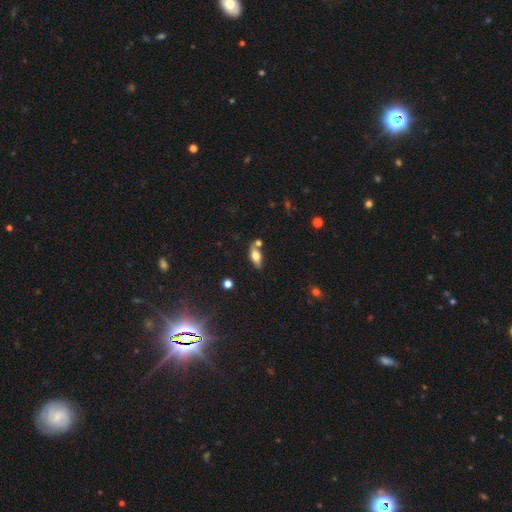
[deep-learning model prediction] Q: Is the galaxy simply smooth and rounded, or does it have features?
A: smooth — 68%.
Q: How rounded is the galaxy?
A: in between — 83%.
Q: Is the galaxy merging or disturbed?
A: none — 65%.